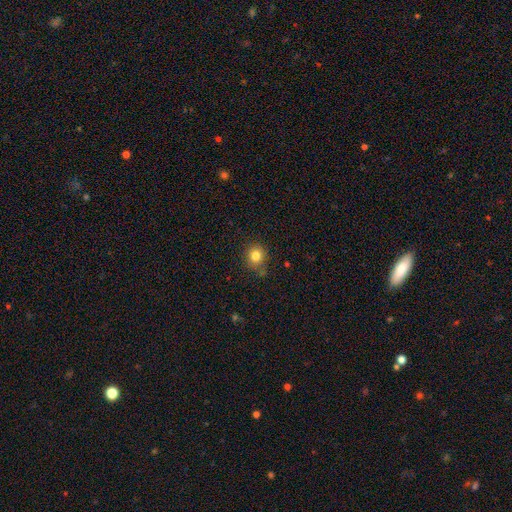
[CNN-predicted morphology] smooth 81%, star or artifact 12%, featured or disk 7%. Down the decision tree: how rounded — round (84%); merging — none (79%).